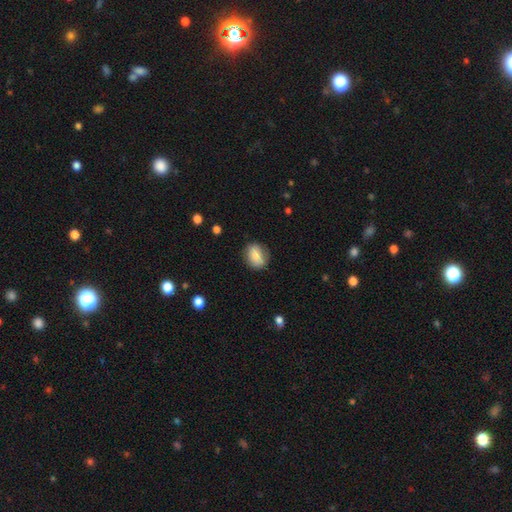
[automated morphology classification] This appears to be a smooth galaxy with no disk features (78%) that is in between round and cigar-shaped (57%). Merging: none (79%).